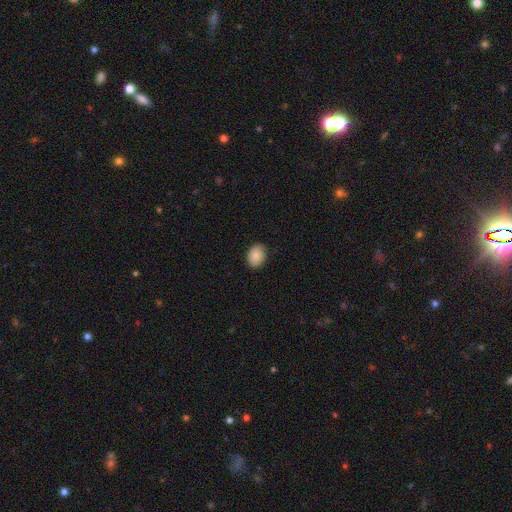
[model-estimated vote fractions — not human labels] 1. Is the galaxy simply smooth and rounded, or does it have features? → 86% smooth, 7% star or artifact, 6% featured or disk.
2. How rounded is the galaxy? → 66% in between, 33% round, 1% cigar-shaped.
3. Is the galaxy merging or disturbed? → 82% none, 14% minor disturbance, 3% major disturbance, 1% merger.